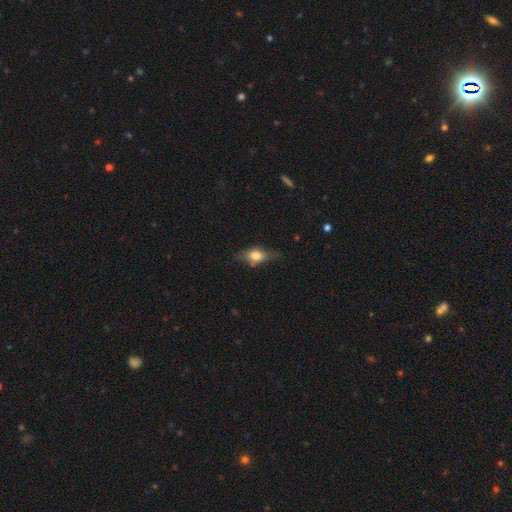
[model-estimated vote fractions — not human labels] Smooth or featured: smooth — 59% (featured or disk — 32%)
How rounded: in between — 67% (round — 18%)
Merging: none — 60% (minor disturbance — 28%)